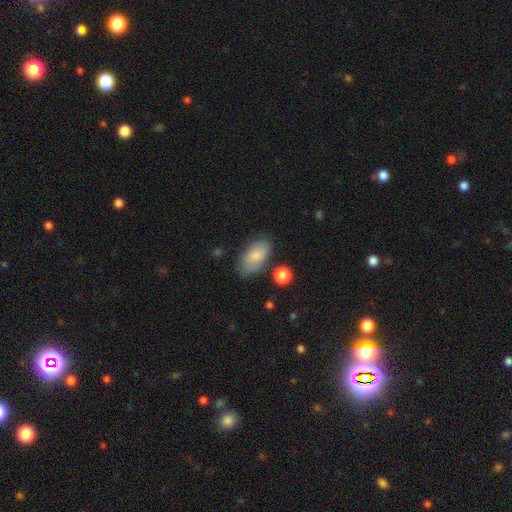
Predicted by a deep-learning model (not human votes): A smooth galaxy with no disk features (79%) that is in between round and cigar-shaped (93%). Merging: none (73%).